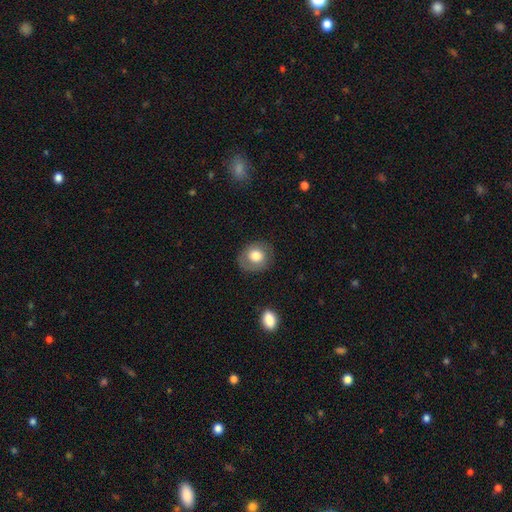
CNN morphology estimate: Smooth or featured?
  - smooth: 72% *
  - featured or disk: 19%
  - star or artifact: 8%
How rounded?
  - round: 75% *
  - in between: 24%
  - cigar-shaped: 1%
Merging?
  - none: 79% *
  - minor disturbance: 15%
  - major disturbance: 5%
  - merger: 1%